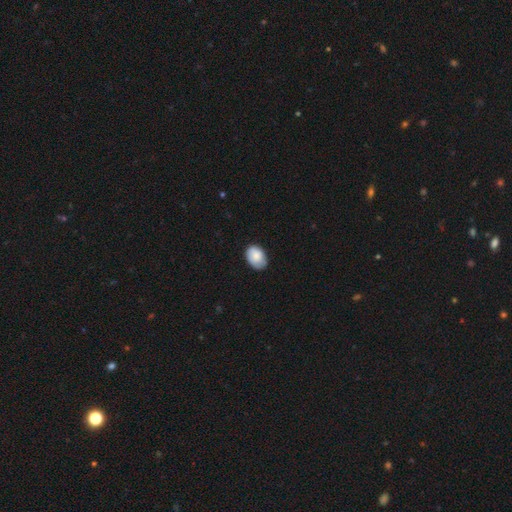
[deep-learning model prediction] Morphology: type=smooth (81%); roundness=in between (80%); merging=none (72%).